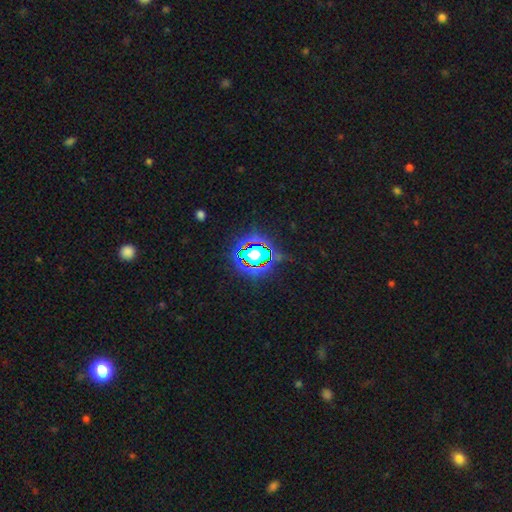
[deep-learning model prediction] Q: Smooth or featured?
A: star or artifact (72%); runner-up: smooth (17%)